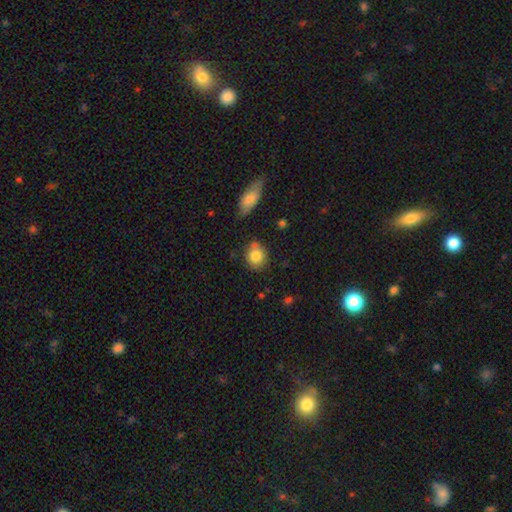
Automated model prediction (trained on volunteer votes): Morphology: type=smooth (82%); roundness=round (72%); merging=none (72%).